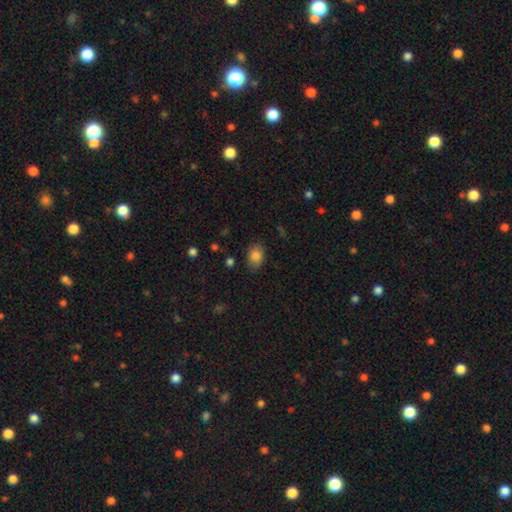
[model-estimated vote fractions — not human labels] A smooth galaxy with no disk features (85%) that is in between round and cigar-shaped (78%).

Vote fractions:
- Smooth or featured? smooth: 85% / star or artifact: 9% / featured or disk: 6%
- How rounded? in between: 78% / round: 21% / cigar-shaped: 1%
- Merging? none: 79% / minor disturbance: 16% / major disturbance: 4% / merger: 1%